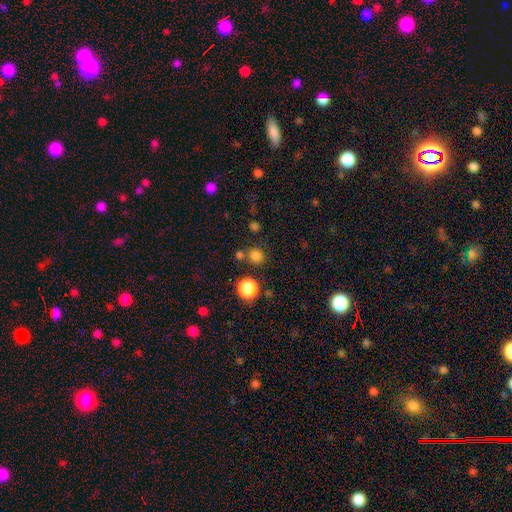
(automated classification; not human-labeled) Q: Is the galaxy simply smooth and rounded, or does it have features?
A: smooth — 78%.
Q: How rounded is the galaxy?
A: round — 91%.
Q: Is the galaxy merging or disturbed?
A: none — 75%.